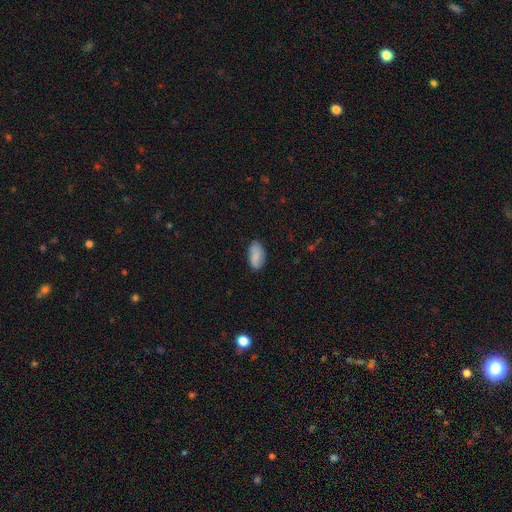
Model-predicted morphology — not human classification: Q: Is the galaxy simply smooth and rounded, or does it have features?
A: smooth — 80%.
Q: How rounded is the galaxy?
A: in between — 93%.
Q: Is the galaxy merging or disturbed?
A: none — 80%.